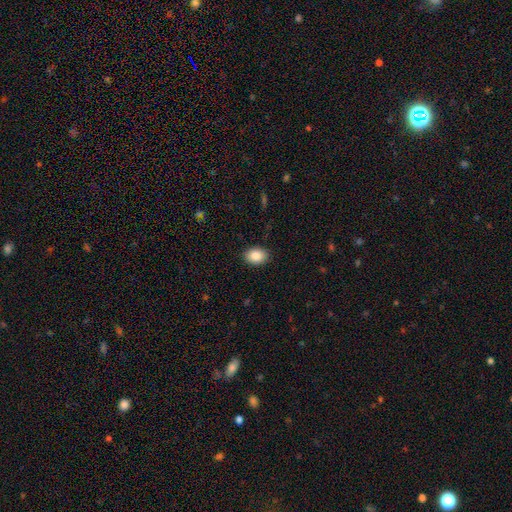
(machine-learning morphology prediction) The model was most divided on "how rounded": in between: 73%, round: 26%, cigar-shaped: 1%. More confident: merging — none (89%); smooth or featured — smooth (88%).